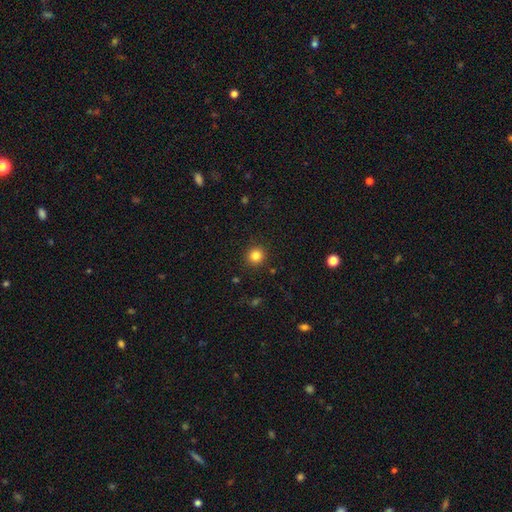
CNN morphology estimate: smooth_or_featured: smooth (p=0.83) [alt: star or artifact p=0.12]
how_rounded: round (p=0.92) [alt: in between p=0.07]
merging: none (p=0.91) [alt: minor disturbance p=0.06]